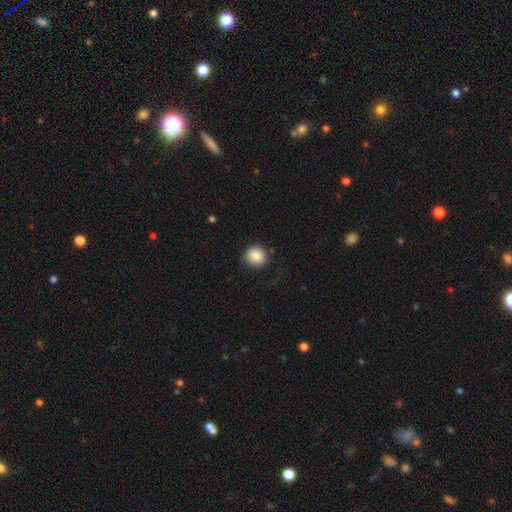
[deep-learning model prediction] Smooth or featured? Predicted: smooth (p=0.85). How rounded? Predicted: round (p=0.90). Merging? Predicted: none (p=0.82).